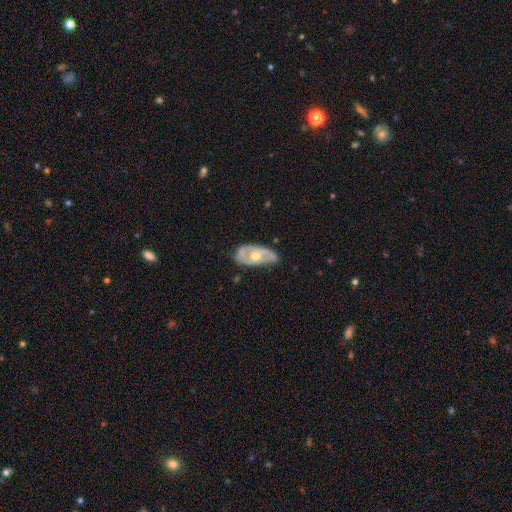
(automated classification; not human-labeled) This is likely a featured or disk galaxy (66%). It is clearly not viewed edge-on (88%). Bar: likely no (79%). Spiral arm pattern: possibly no (56%). Central bulge: likely moderate (75%). Merging: likely none (63%).